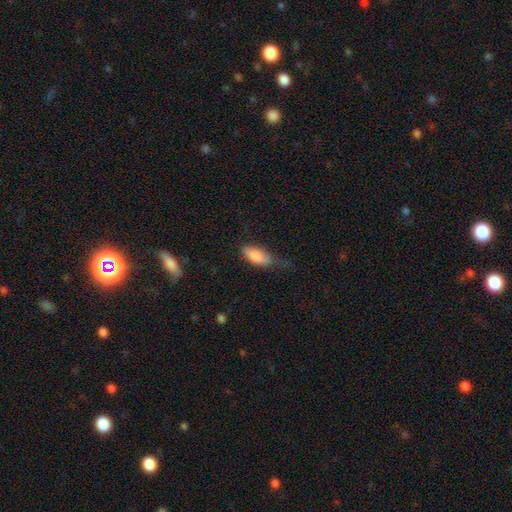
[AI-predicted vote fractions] A smooth galaxy with no disk features (84%) that is in between round and cigar-shaped (85%). Merging: none (41%).